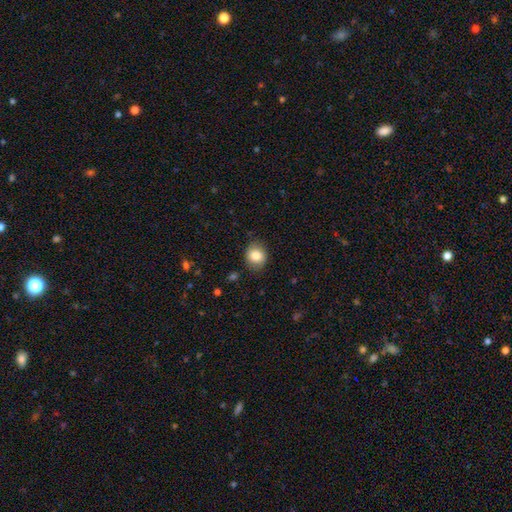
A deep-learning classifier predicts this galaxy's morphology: Smooth or featured? Predicted: smooth (p=0.83). How rounded? Predicted: round (p=0.73). Merging? Predicted: none (p=0.84).